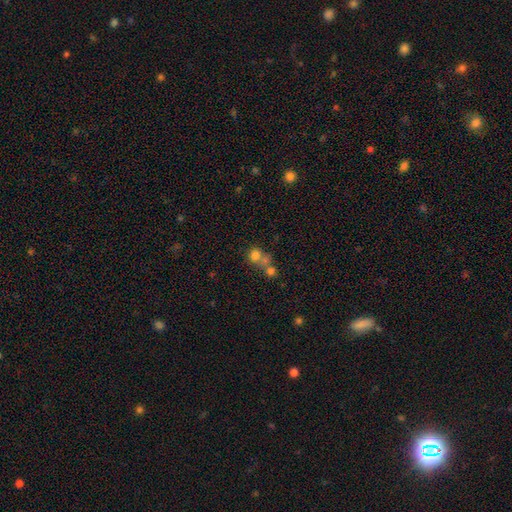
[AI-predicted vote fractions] A smooth galaxy with no disk features (72%) that is round (81%).

Vote fractions:
- Smooth or featured? smooth: 72% / star or artifact: 14% / featured or disk: 13%
- How rounded? round: 81% / in between: 18% / cigar-shaped: 1%
- Merging? merger: 50% / none: 38% / minor disturbance: 7% / major disturbance: 5%